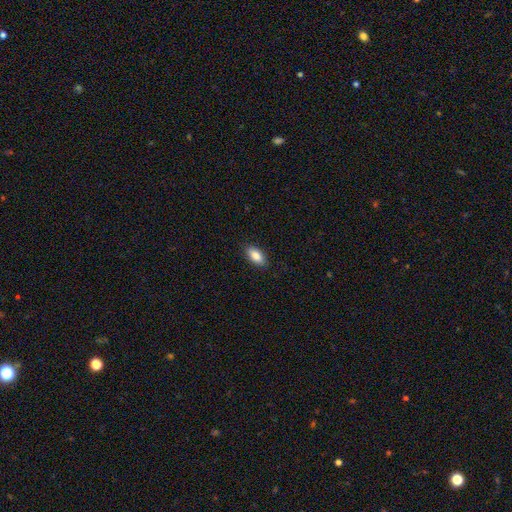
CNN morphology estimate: This is clearly a smooth galaxy (86%). How rounded: clearly in between (90%). Merging: clearly none (88%).